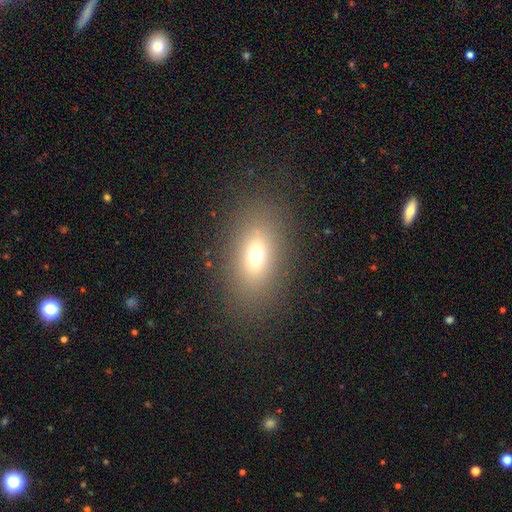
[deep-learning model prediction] Smooth or featured: smooth — 68% (featured or disk — 16%)
How rounded: in between — 81% (round — 14%)
Merging: none — 84% (minor disturbance — 9%)